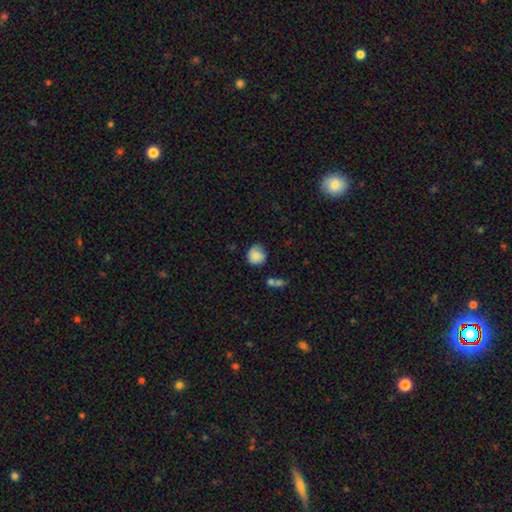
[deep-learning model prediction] This appears to be a smooth galaxy with no disk features (80%) that is round (85%). Merging: none (65%).